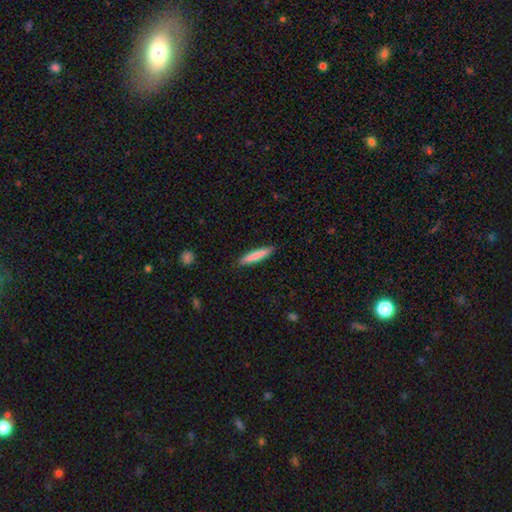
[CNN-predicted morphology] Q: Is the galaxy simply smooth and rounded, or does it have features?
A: smooth — 81%.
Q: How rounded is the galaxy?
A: cigar-shaped — 92%.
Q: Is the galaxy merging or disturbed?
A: none — 90%.